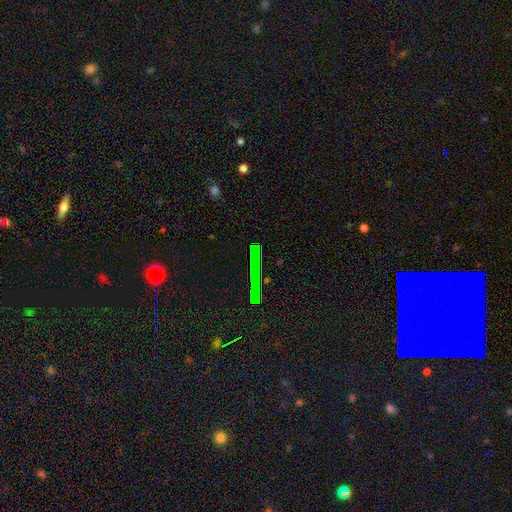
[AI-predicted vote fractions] smooth_or_featured: star or artifact (p=0.53) [alt: smooth p=0.29]